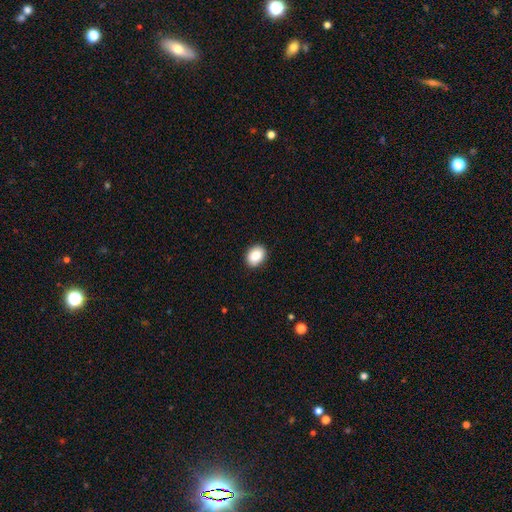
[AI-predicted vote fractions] A smooth galaxy with no disk features (88%) that is in between round and cigar-shaped (65%).

Vote fractions:
- Smooth or featured? smooth: 88% / star or artifact: 8% / featured or disk: 5%
- How rounded? in between: 65% / round: 34% / cigar-shaped: 1%
- Merging? none: 90% / minor disturbance: 8% / major disturbance: 2% / merger: 1%